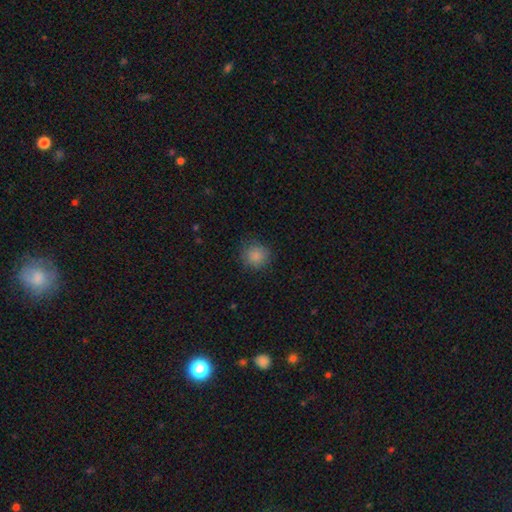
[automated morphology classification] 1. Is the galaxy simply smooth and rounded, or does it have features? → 85% smooth, 10% star or artifact, 4% featured or disk.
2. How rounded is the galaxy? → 92% round, 7% in between, 1% cigar-shaped.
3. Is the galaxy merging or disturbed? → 84% none, 11% minor disturbance, 3% major disturbance, 1% merger.